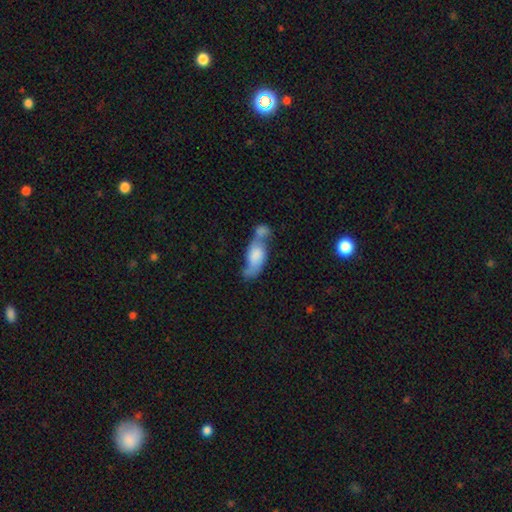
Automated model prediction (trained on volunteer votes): Overall: smooth (51%; featured or disk 41%). How rounded: in between (80%). Merging: merger (50%; none 22%).